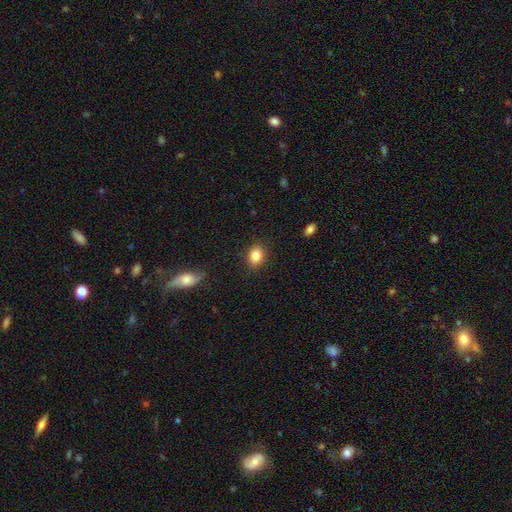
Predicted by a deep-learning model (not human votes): smooth_or_featured: smooth (p=0.85) [alt: star or artifact p=0.09]
how_rounded: in between (p=0.53) [alt: round p=0.45]
merging: none (p=0.87) [alt: minor disturbance p=0.09]